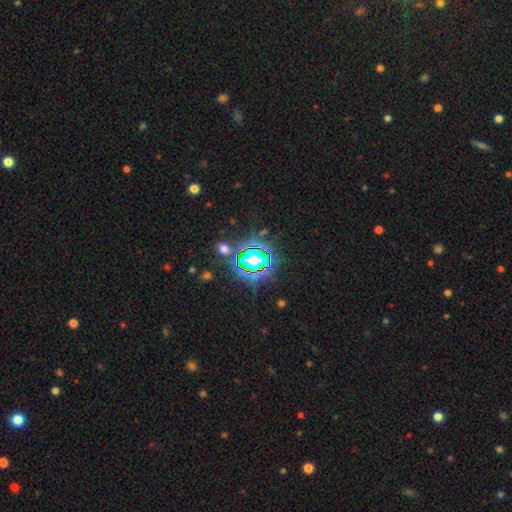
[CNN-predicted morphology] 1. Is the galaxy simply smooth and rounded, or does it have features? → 71% star or artifact, 19% smooth, 10% featured or disk.